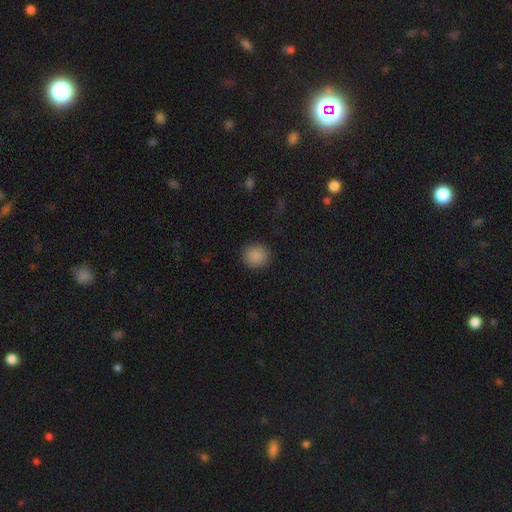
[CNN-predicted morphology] type=smooth (88%); roundness=round (88%); merging=none (91%).